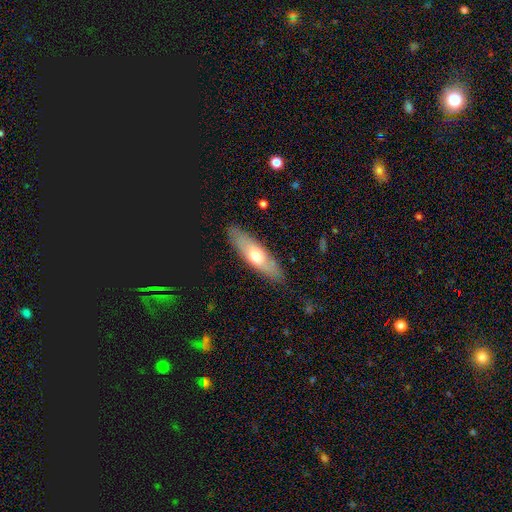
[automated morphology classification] A smooth galaxy with no disk features (55%) that is cigar-shaped (55%). Merging: none (86%).